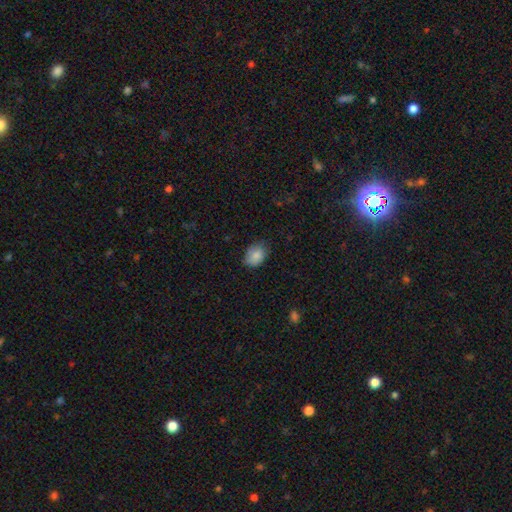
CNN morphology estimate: The model was most divided on "merging": none: 70%, minor disturbance: 25%, major disturbance: 4%, merger: 1%. More confident: smooth or featured — smooth (84%); how rounded — in between (74%).